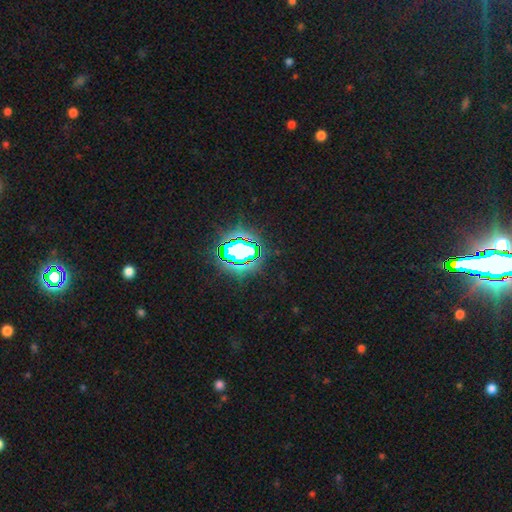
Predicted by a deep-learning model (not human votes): This is clearly a star or artifact rather than a galaxy (85%).